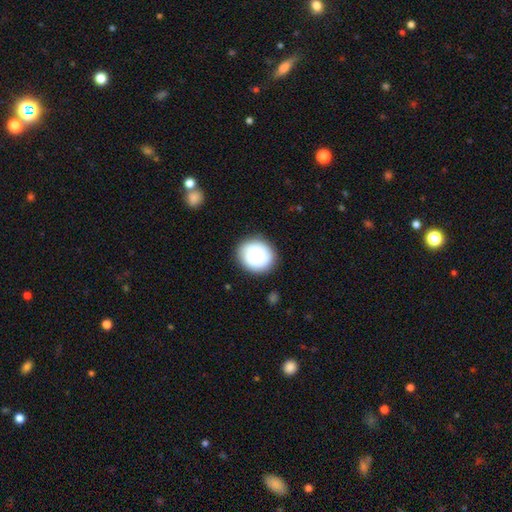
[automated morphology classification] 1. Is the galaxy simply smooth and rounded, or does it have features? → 80% smooth, 13% featured or disk, 7% star or artifact.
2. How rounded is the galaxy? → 78% round, 21% in between, 1% cigar-shaped.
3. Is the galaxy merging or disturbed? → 87% none, 10% minor disturbance, 2% major disturbance, 1% merger.